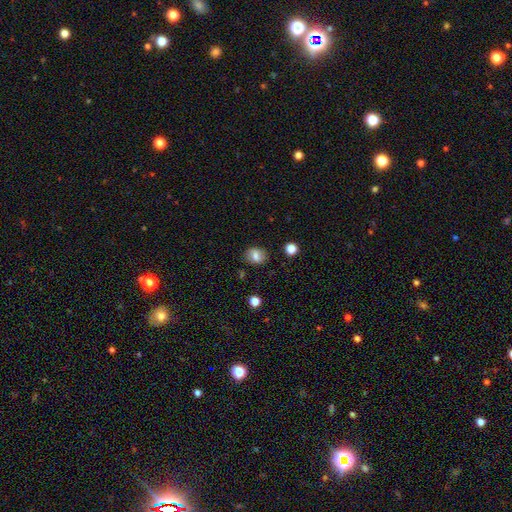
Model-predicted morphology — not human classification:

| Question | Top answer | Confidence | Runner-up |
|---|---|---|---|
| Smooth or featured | smooth | 76% | featured or disk (14%) |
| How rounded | round | 50% | in between (49%) |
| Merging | none | 83% | minor disturbance (12%) |